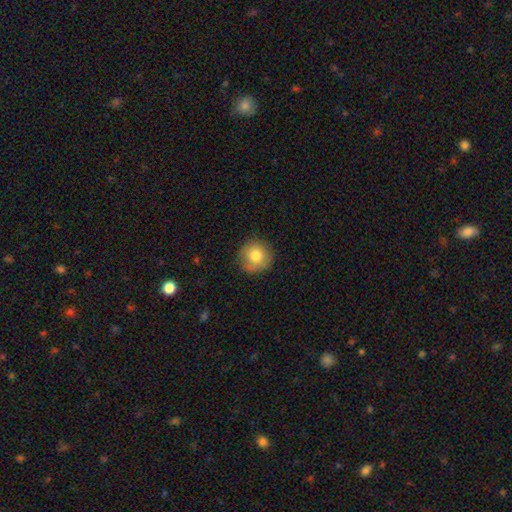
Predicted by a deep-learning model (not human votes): A smooth galaxy with no disk features (78%) that is round (93%). Merging: none (82%).